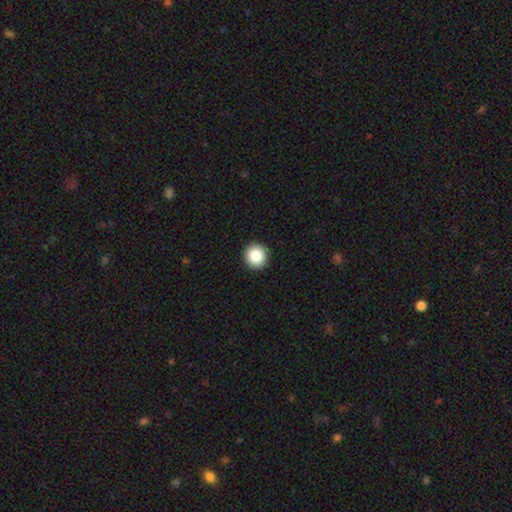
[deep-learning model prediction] smooth 86%, star or artifact 9%, featured or disk 5%. Down the decision tree: how rounded — round (93%); merging — none (93%).